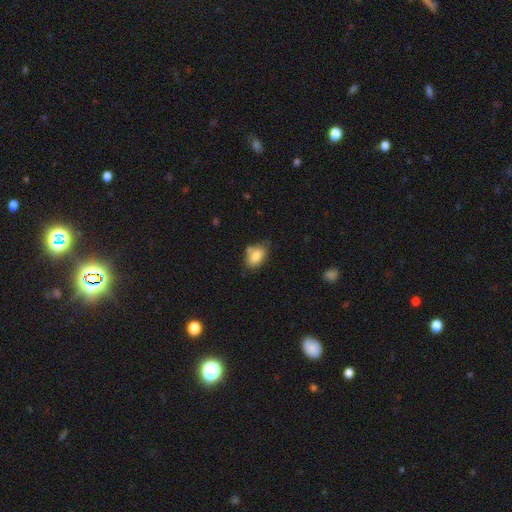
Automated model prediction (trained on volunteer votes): The model was most divided on "merging": none: 60%, minor disturbance: 22%, merger: 14%, major disturbance: 5%. More confident: how rounded — in between (86%); smooth or featured — smooth (81%).